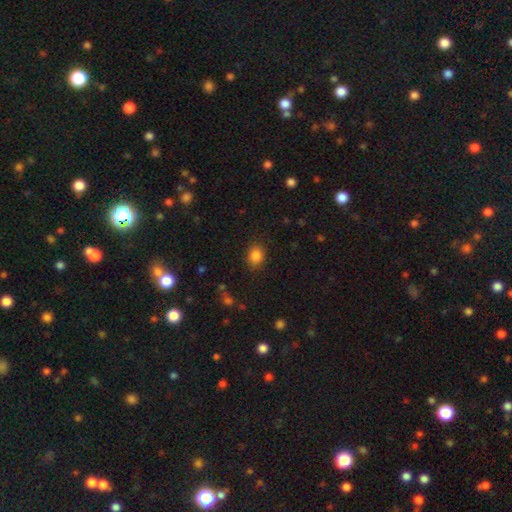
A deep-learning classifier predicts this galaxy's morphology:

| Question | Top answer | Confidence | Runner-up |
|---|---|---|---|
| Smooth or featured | smooth | 85% | star or artifact (10%) |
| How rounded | in between | 58% | round (41%) |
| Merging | none | 85% | minor disturbance (11%) |